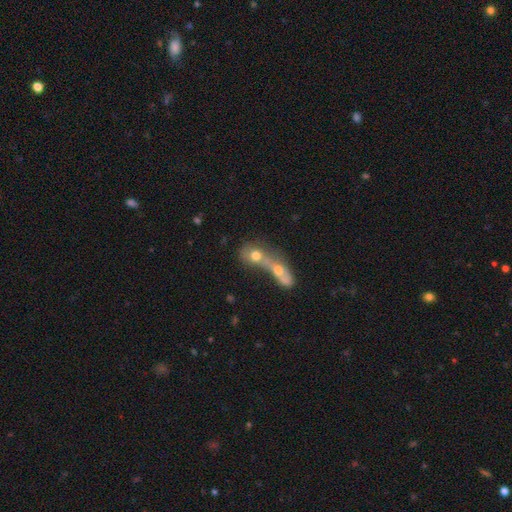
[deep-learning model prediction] Smooth or featured? Predicted: smooth (p=0.63). How rounded? Predicted: round (p=0.53). Merging? Predicted: merger (p=0.79).